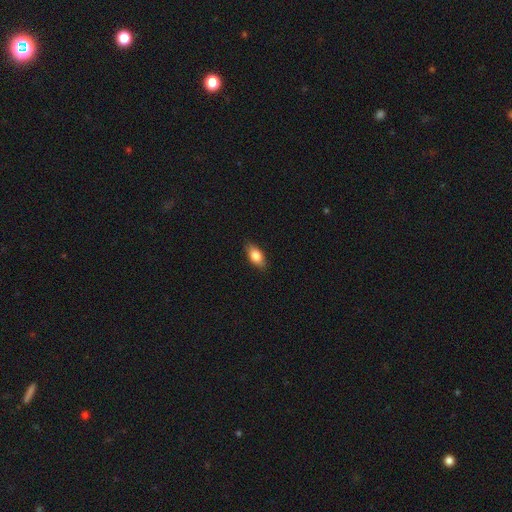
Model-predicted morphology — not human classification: A smooth galaxy with no disk features (81%) that is in between round and cigar-shaped (88%).

Vote fractions:
- Smooth or featured? smooth: 81% / featured or disk: 12% / star or artifact: 7%
- How rounded? in between: 88% / cigar-shaped: 7% / round: 5%
- Merging? none: 87% / minor disturbance: 10% / major disturbance: 2% / merger: 1%